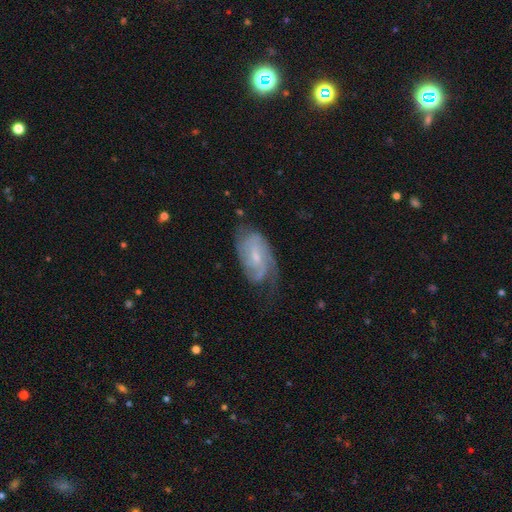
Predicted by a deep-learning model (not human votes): Q: Smooth or featured?
A: featured or disk (81%); runner-up: smooth (13%)
Q: Edge-on disk?
A: no (96%); runner-up: yes (4%)
Q: Bar?
A: weak (51%); runner-up: no (38%)
Q: Spiral arms?
A: yes (95%); runner-up: no (5%)
Q: Spiral winding?
A: tight (45%); runner-up: medium (41%)
Q: Spiral arm count?
A: 2 (48%); runner-up: can't tell (23%)
Q: Bulge size?
A: small (63%); runner-up: moderate (30%)
Q: Merging?
A: none (63%); runner-up: minor disturbance (24%)